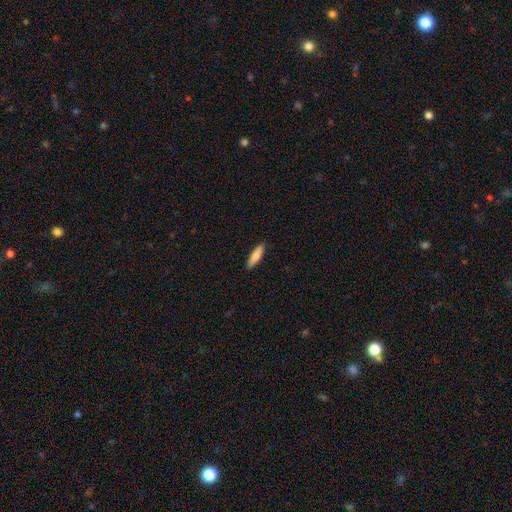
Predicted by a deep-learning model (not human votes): Morphology: type=smooth (82%); roundness=cigar-shaped (64%); merging=none (89%).